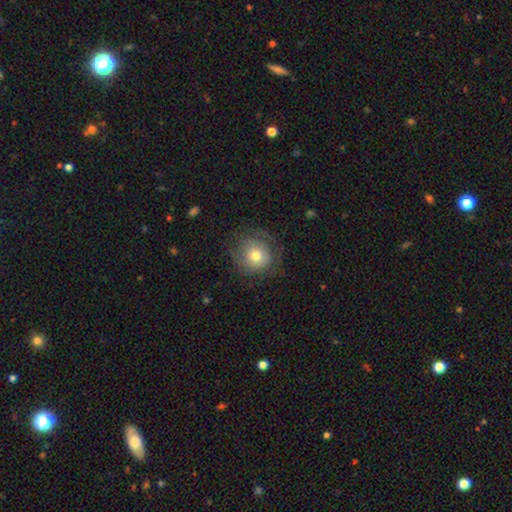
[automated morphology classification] The model was most divided on "smooth or featured": smooth: 65%, featured or disk: 25%, star or artifact: 10%. More confident: how rounded — round (88%); merging — none (69%).